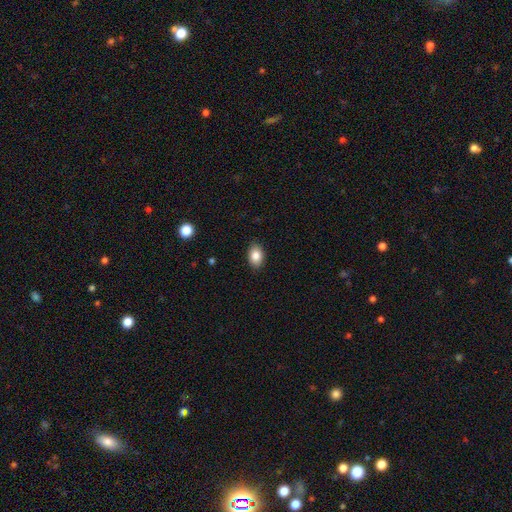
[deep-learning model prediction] smooth-or-featured: smooth: 86% | star or artifact: 8% | featured or disk: 6%
  how-rounded: in between: 82% | round: 17% | cigar-shaped: 1%
  merging: none: 88% | minor disturbance: 9% | major disturbance: 2% | merger: 1%